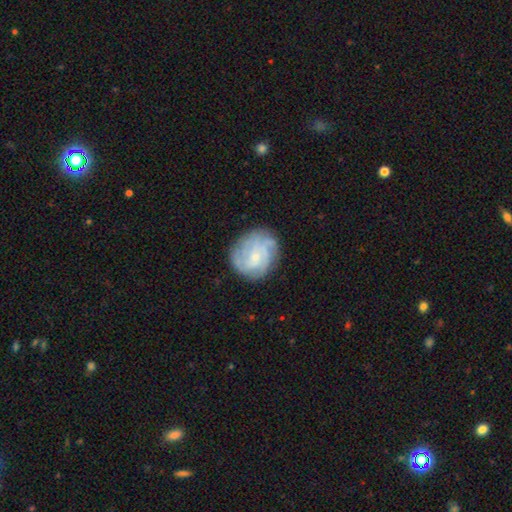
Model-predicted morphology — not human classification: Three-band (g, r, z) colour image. It shows a featured or disk galaxy (66%) with no bar (72%), tight (53%) spiral arms (88%) and a small central bulge (71%). Merging: none (74%).